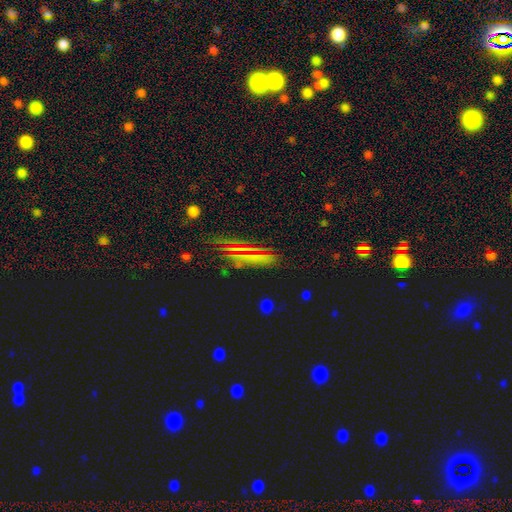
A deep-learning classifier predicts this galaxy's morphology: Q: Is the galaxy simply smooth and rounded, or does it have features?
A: smooth — 44%.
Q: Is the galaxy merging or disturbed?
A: none — 77%.